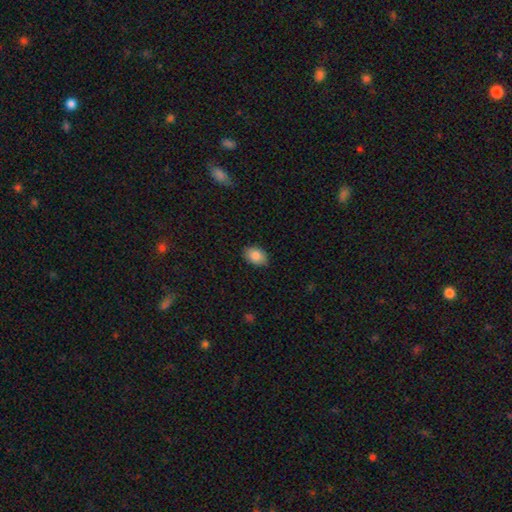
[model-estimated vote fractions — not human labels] smooth-or-featured: smooth: 87% | star or artifact: 7% | featured or disk: 5%
  how-rounded: in between: 84% | round: 15% | cigar-shaped: 1%
  merging: none: 86% | minor disturbance: 11% | major disturbance: 2% | merger: 1%